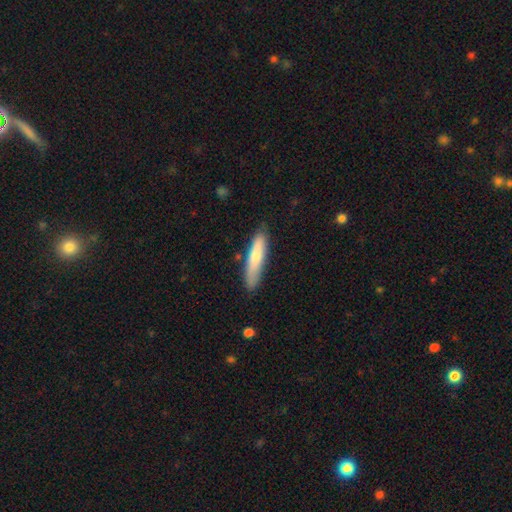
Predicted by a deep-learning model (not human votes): Morphology: type=smooth (73%); roundness=cigar-shaped (82%); merging=none (78%).